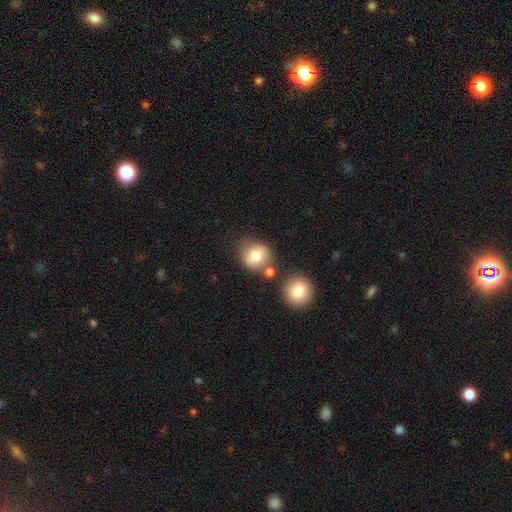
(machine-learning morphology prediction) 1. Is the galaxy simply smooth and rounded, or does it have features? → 80% smooth, 11% featured or disk, 9% star or artifact.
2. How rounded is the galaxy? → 80% round, 19% in between, 1% cigar-shaped.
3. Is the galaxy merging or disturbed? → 62% none, 17% merger, 16% minor disturbance, 6% major disturbance.